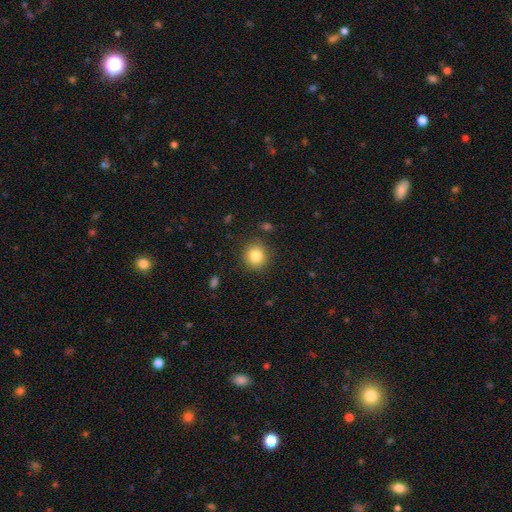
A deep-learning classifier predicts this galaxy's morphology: A smooth galaxy with no disk features (83%) that is round (88%).

Vote fractions:
- Smooth or featured? smooth: 83% / star or artifact: 10% / featured or disk: 7%
- How rounded? round: 88% / in between: 11% / cigar-shaped: 1%
- Merging? none: 88% / minor disturbance: 7% / major disturbance: 3% / merger: 2%